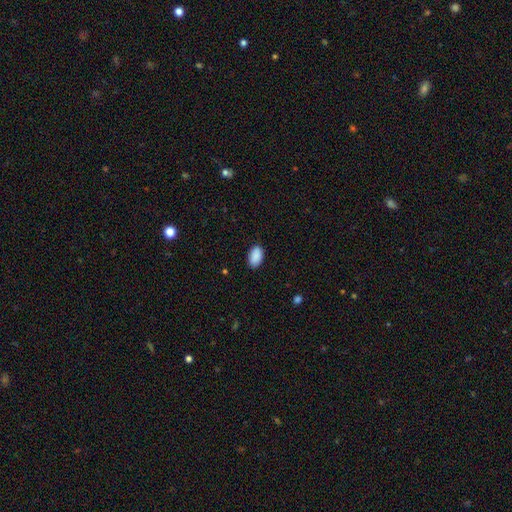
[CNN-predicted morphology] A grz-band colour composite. It shows a smooth galaxy with no disk features (91%) that is in between round and cigar-shaped (93%). Merging: none (87%).